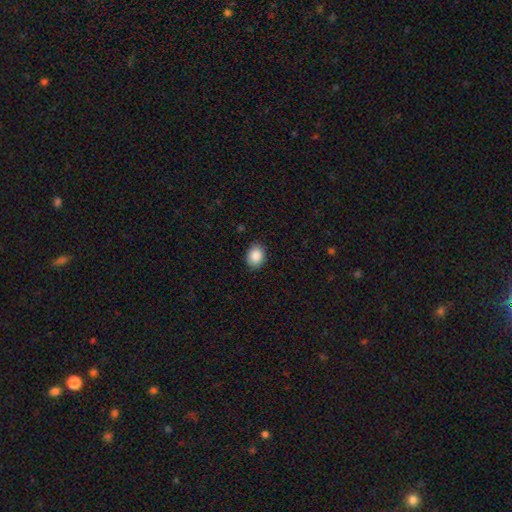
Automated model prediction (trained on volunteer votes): A smooth galaxy with no disk features (89%) that is in between round and cigar-shaped (62%). Merging: none (87%).